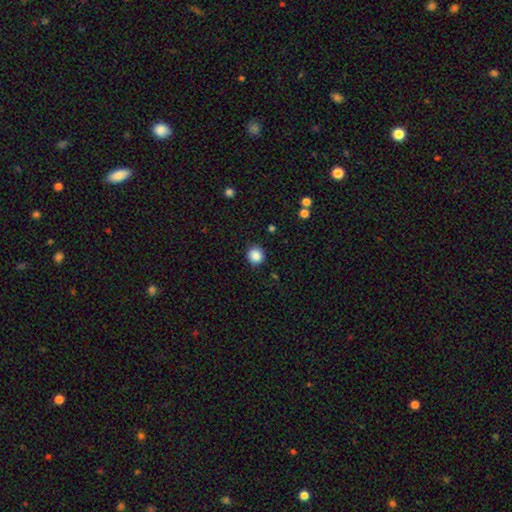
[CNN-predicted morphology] smooth-or-featured: smooth: 87% | star or artifact: 9% | featured or disk: 3%
  how-rounded: round: 90% | in between: 9% | cigar-shaped: 1%
  merging: none: 88% | minor disturbance: 8% | major disturbance: 2% | merger: 1%